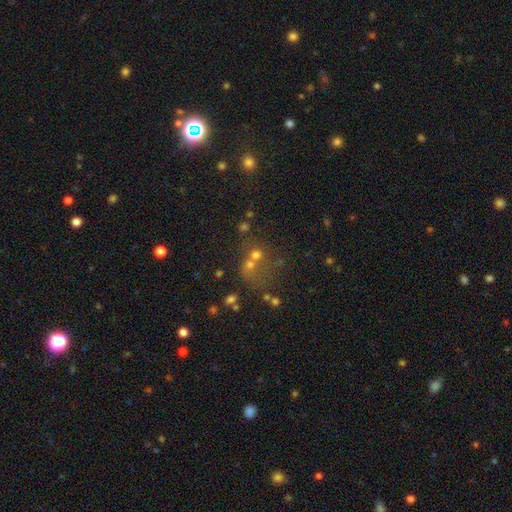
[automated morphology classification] type=smooth (50%); roundness=round (71%); merging=merger (50%).